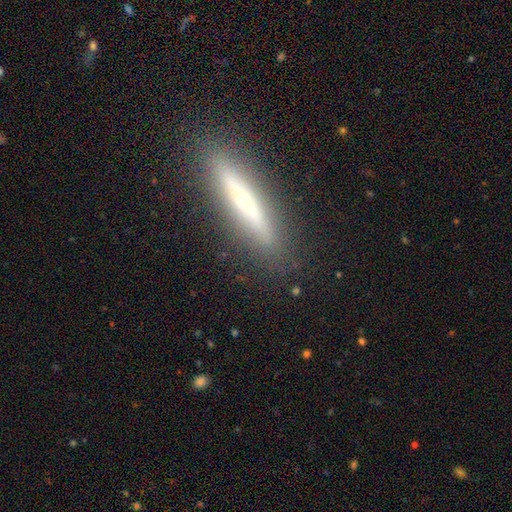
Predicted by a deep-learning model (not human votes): Smooth or featured: featured or disk — 57% (smooth — 34%)
Edge-on disk: yes — 92% (no — 8%)
Edge-on bulge: rounded — 57% (none — 38%)
Merging: none — 89% (minor disturbance — 8%)